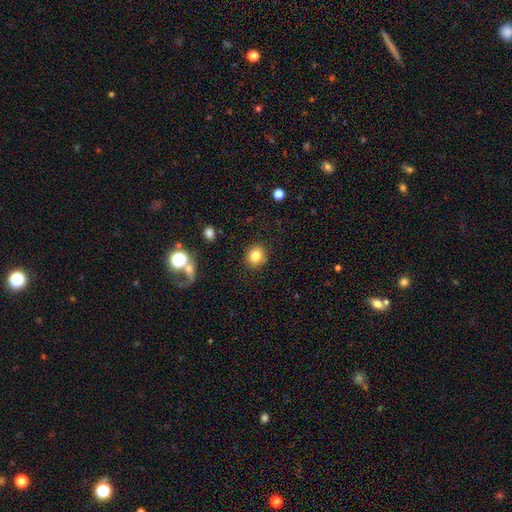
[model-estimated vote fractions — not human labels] smooth-or-featured: smooth: 82% | star or artifact: 11% | featured or disk: 7%
  how-rounded: round: 82% | in between: 17% | cigar-shaped: 1%
  merging: none: 89% | minor disturbance: 8% | major disturbance: 2% | merger: 1%